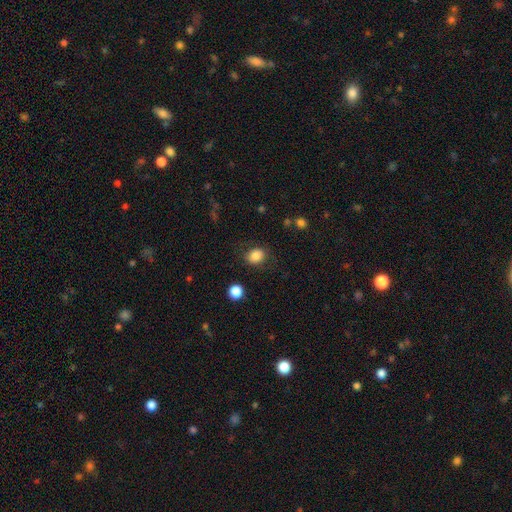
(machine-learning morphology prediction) smooth-or-featured: smooth: 84% | star or artifact: 10% | featured or disk: 6%
  how-rounded: round: 58% | in between: 41% | cigar-shaped: 1%
  merging: none: 78% | minor disturbance: 14% | major disturbance: 6% | merger: 2%